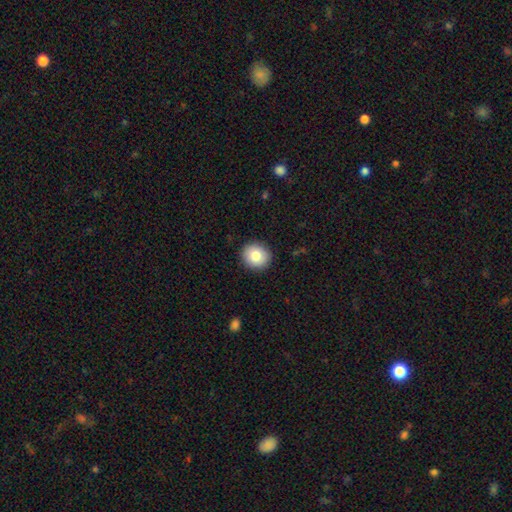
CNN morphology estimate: smooth-or-featured: smooth: 83% | featured or disk: 9% | star or artifact: 8%
  how-rounded: round: 86% | in between: 13% | cigar-shaped: 1%
  merging: none: 91% | minor disturbance: 6% | major disturbance: 2% | merger: 1%